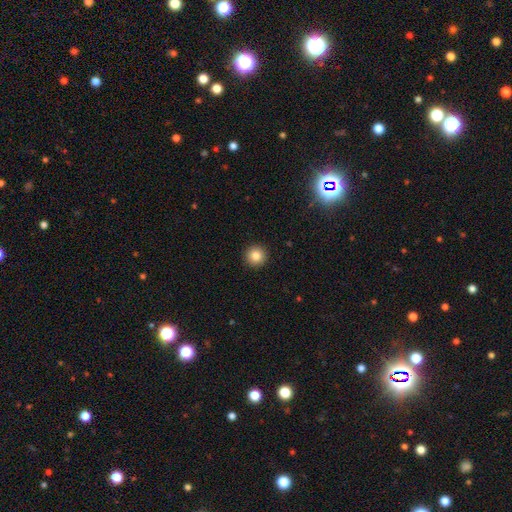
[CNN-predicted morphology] Smooth or featured: smooth — 84% (star or artifact — 11%)
How rounded: round — 96% (in between — 3%)
Merging: none — 93% (minor disturbance — 4%)